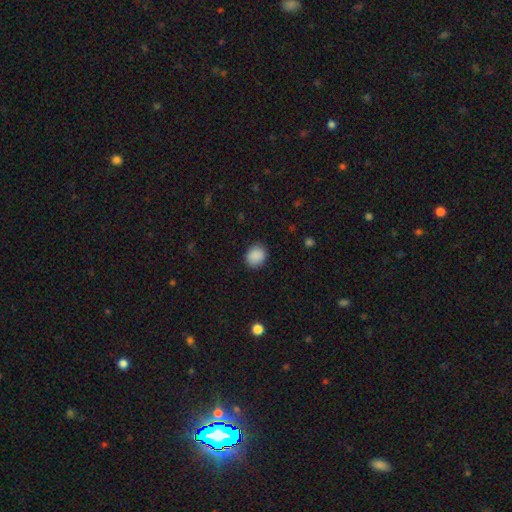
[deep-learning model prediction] Overall: smooth (89%). How rounded: round (62%; in between 37%). Merging: none (87%).